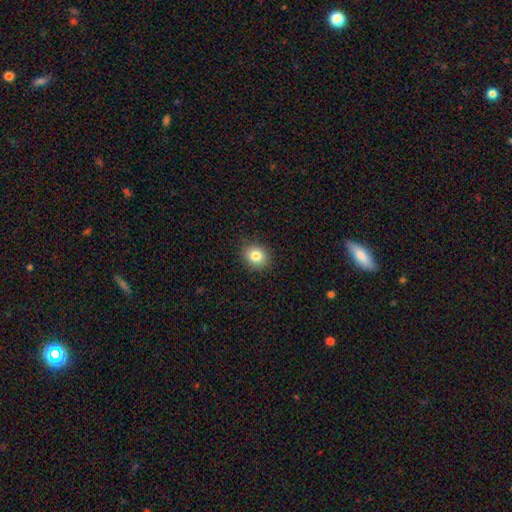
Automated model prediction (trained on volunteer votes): A smooth galaxy with no disk features (82%) that is round (69%).

Vote fractions:
- Smooth or featured? smooth: 82% / star or artifact: 10% / featured or disk: 7%
- How rounded? round: 69% / in between: 31% / cigar-shaped: 1%
- Merging? none: 89% / minor disturbance: 8% / major disturbance: 2% / merger: 1%